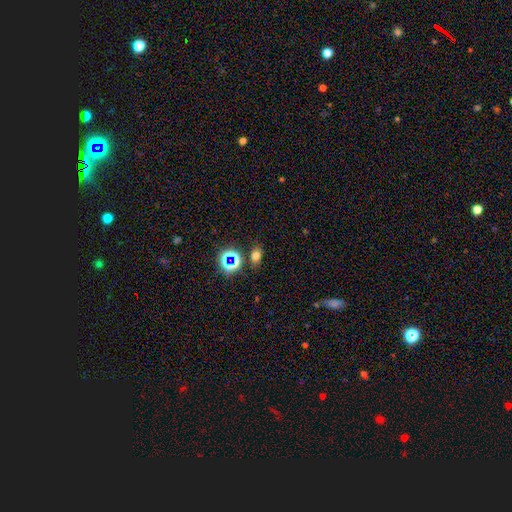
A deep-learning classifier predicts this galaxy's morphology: The model was most divided on "how rounded": in between: 66%, round: 32%, cigar-shaped: 2%. More confident: merging — none (78%); smooth or featured — smooth (64%).